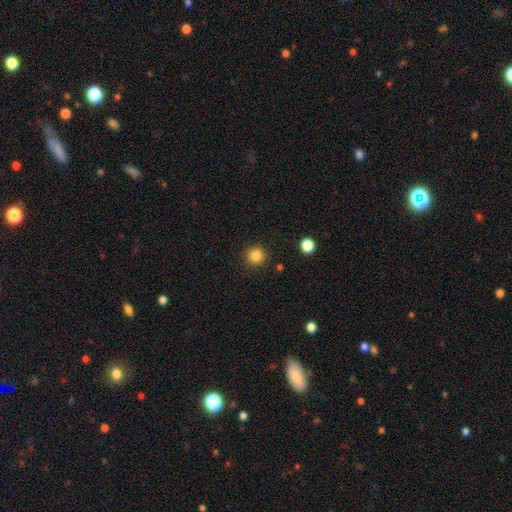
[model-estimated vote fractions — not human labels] This appears to be a smooth galaxy with no disk features (85%) that is round (93%). Merging: none (89%).